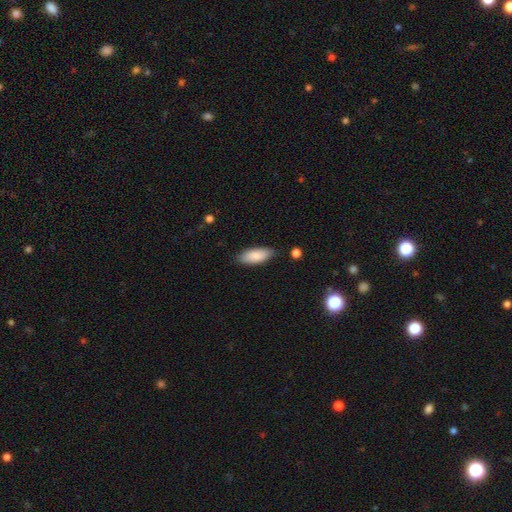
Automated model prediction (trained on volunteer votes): Overall: smooth (86%). How rounded: in between (83%). Merging: none (83%).